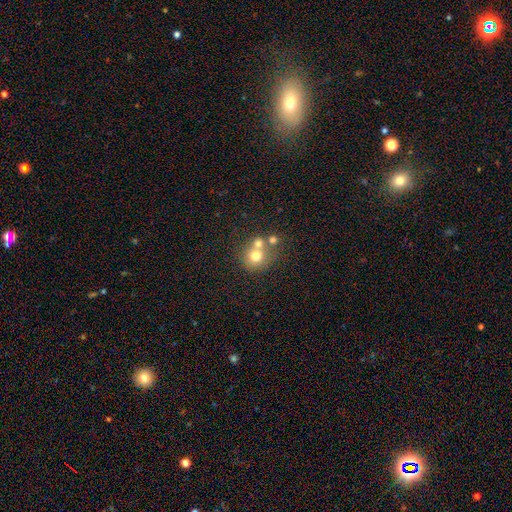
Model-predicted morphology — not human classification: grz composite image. It shows a smooth galaxy with no disk features (70%) that is round (84%). Merging: merger (45%).